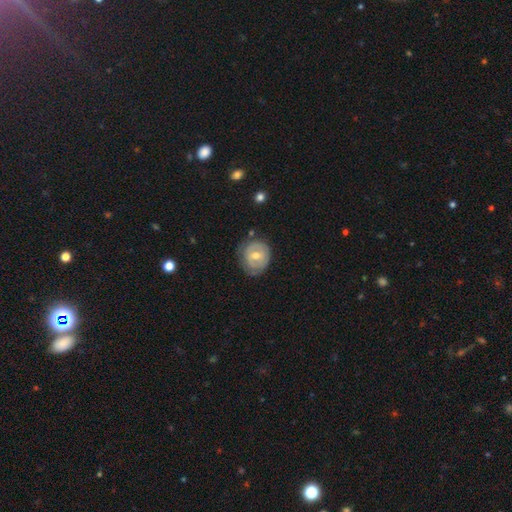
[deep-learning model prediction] Q: Smooth or featured?
A: featured or disk (53%); runner-up: smooth (40%)
Q: Edge-on disk?
A: no (96%); runner-up: yes (4%)
Q: Bar?
A: no (49%); runner-up: weak (40%)
Q: Spiral arms?
A: yes (53%); runner-up: no (47%)
Q: Bulge size?
A: moderate (66%); runner-up: small (30%)
Q: Merging?
A: none (69%); runner-up: minor disturbance (23%)